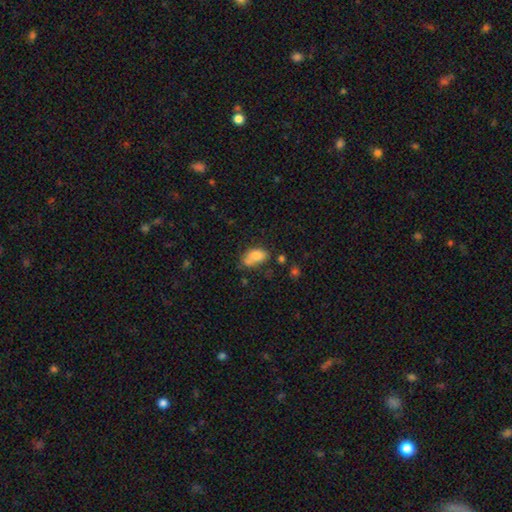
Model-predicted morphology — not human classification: Smooth or featured? smooth (77%)
How rounded? in between (87%)
Merging? none (39%)